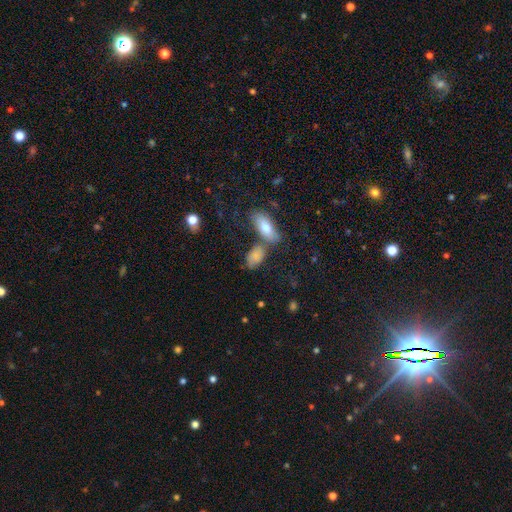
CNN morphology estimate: Overall: smooth (80%). How rounded: in between (88%). Merging: none (53%; merger 24%).